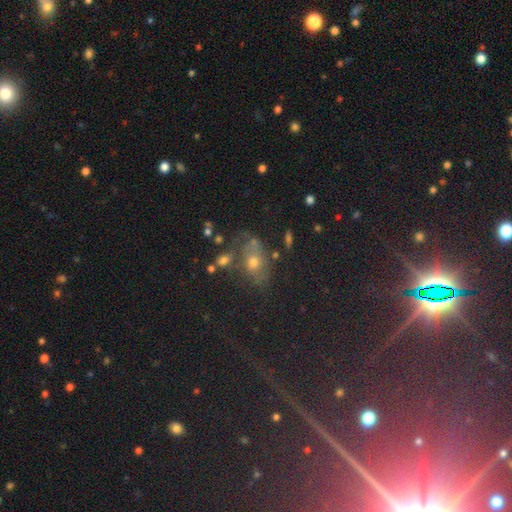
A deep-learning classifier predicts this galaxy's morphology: Smooth or featured?
  - smooth: 40% *
  - star or artifact: 37%
  - featured or disk: 23%
Merging?
  - none: 58% *
  - minor disturbance: 19%
  - major disturbance: 12%
  - merger: 10%